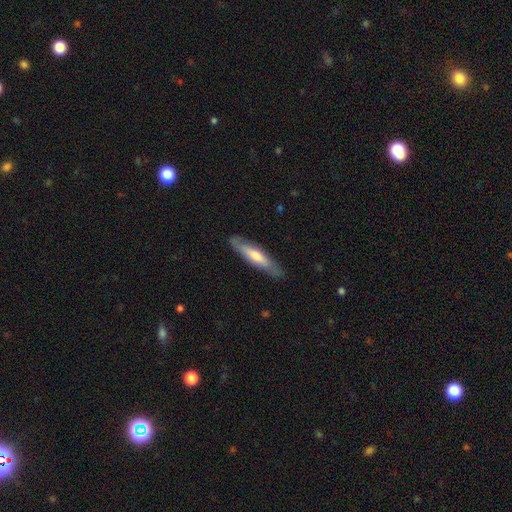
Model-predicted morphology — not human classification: Q: Smooth or featured?
A: smooth (51%); runner-up: featured or disk (44%)
Q: How rounded?
A: cigar-shaped (80%); runner-up: in between (19%)
Q: Merging?
A: none (83%); runner-up: minor disturbance (13%)